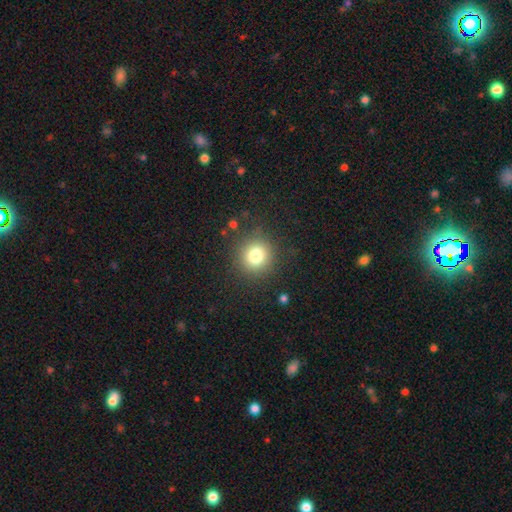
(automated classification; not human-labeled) smooth-or-featured: smooth: 78% | star or artifact: 14% | featured or disk: 8%
  how-rounded: round: 91% | in between: 8% | cigar-shaped: 1%
  merging: none: 86% | minor disturbance: 8% | major disturbance: 4% | merger: 2%